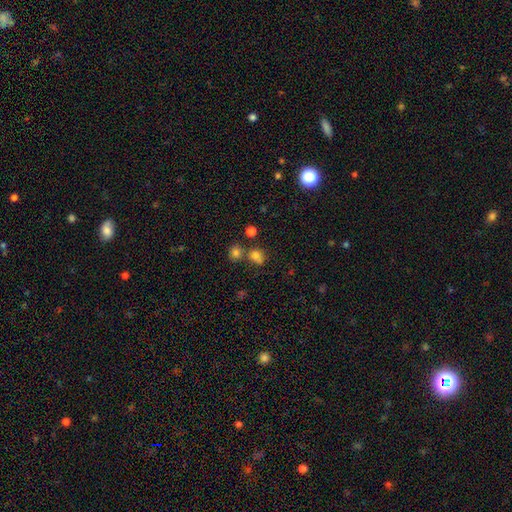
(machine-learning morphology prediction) smooth_or_featured: smooth (p=0.74) [alt: star or artifact p=0.17]
how_rounded: round (p=0.71) [alt: in between p=0.28]
merging: none (p=0.58) [alt: merger p=0.26]